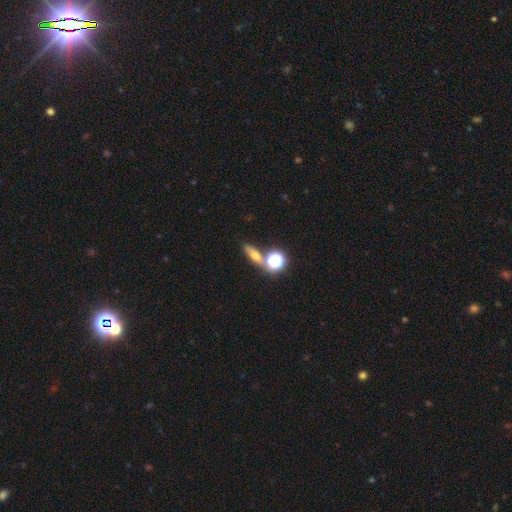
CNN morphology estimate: smooth 49%, featured or disk 26%, star or artifact 25%. Down the decision tree: merging — none (70%).